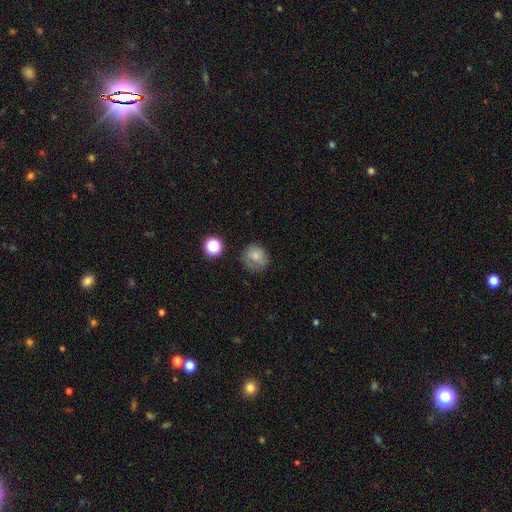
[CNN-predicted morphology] type=smooth (75%); roundness=round (82%); merging=none (68%).